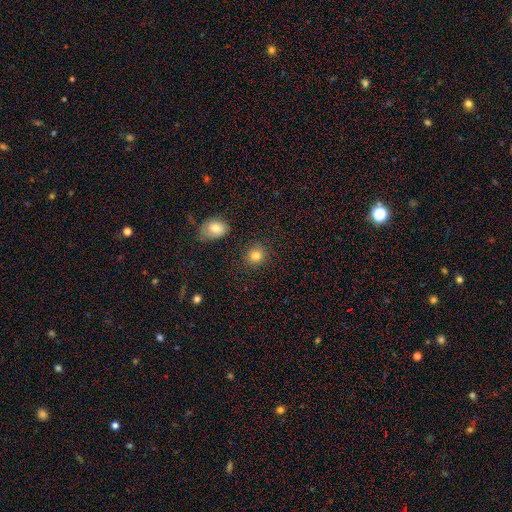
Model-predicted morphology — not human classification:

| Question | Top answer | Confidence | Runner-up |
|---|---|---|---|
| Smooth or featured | smooth | 84% | star or artifact (10%) |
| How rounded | round | 85% | in between (14%) |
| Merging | none | 86% | minor disturbance (8%) |